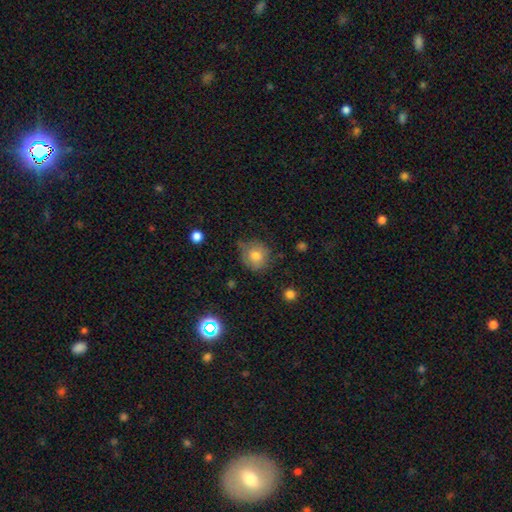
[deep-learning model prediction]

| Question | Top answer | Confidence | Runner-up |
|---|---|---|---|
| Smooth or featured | smooth | 76% | featured or disk (13%) |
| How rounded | round | 87% | in between (12%) |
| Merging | none | 66% | minor disturbance (25%) |